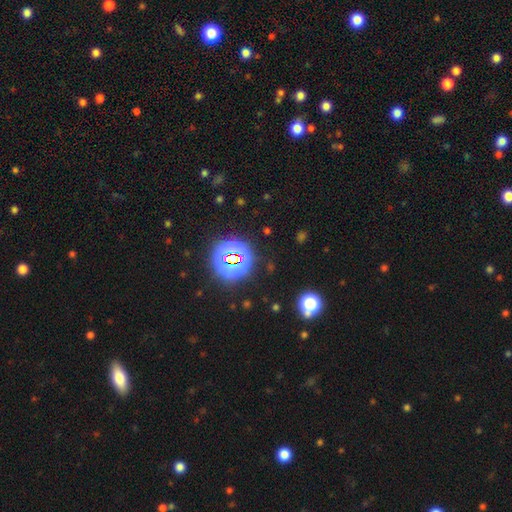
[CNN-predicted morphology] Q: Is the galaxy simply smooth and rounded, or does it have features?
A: star or artifact — 82%.